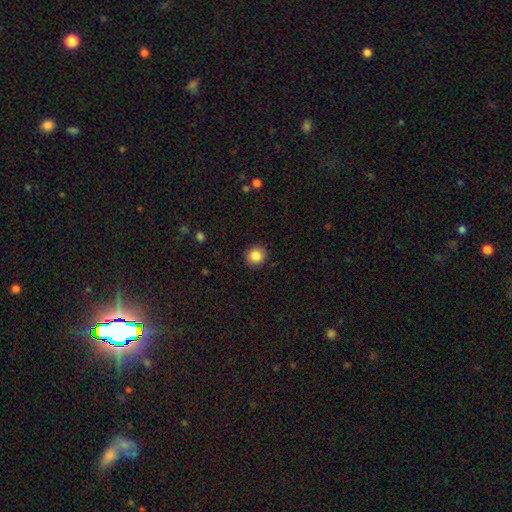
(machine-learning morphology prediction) This appears to be a smooth galaxy with no disk features (86%) that is round (88%). Merging: none (92%).